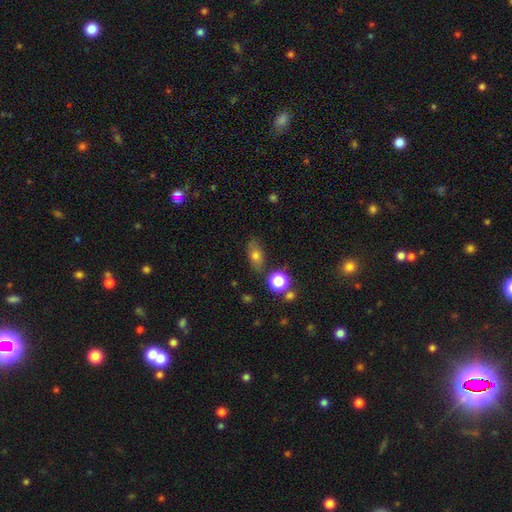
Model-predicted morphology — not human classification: A smooth galaxy with no disk features (71%) that is in between round and cigar-shaped (78%).

Vote fractions:
- Smooth or featured? smooth: 71% / featured or disk: 17% / star or artifact: 12%
- How rounded? in between: 78% / round: 16% / cigar-shaped: 6%
- Merging? none: 74% / minor disturbance: 16% / merger: 5% / major disturbance: 5%